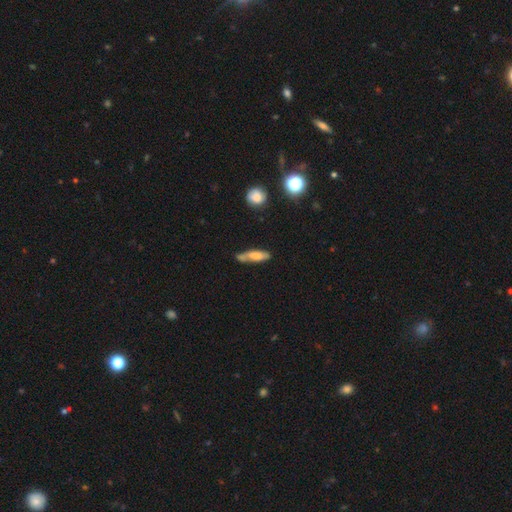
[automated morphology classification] The model was most divided on "merging": none: 46%, minor disturbance: 28%, merger: 16%, major disturbance: 10%. More confident: smooth or featured — smooth (64%); how rounded — cigar-shaped (59%).